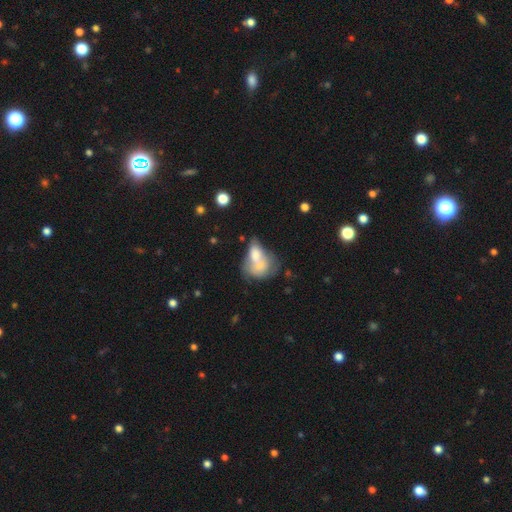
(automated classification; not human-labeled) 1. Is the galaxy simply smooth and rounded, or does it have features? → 64% smooth, 27% featured or disk, 9% star or artifact.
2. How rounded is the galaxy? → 75% in between, 22% round, 3% cigar-shaped.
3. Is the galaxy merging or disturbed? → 68% merger, 15% none, 9% minor disturbance, 8% major disturbance.